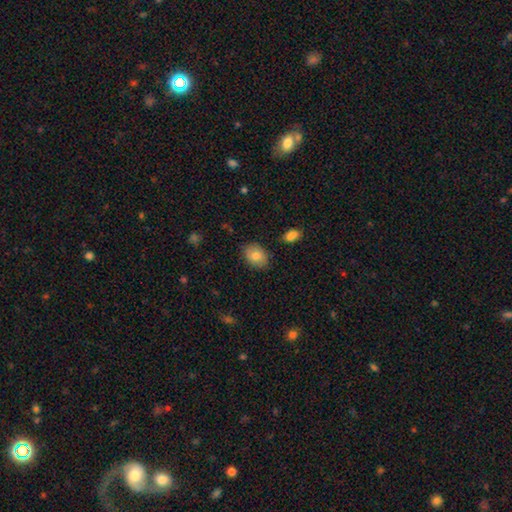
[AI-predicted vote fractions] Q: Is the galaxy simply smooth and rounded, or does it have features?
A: smooth — 84%.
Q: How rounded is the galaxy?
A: in between — 77%.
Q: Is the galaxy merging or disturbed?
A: none — 84%.